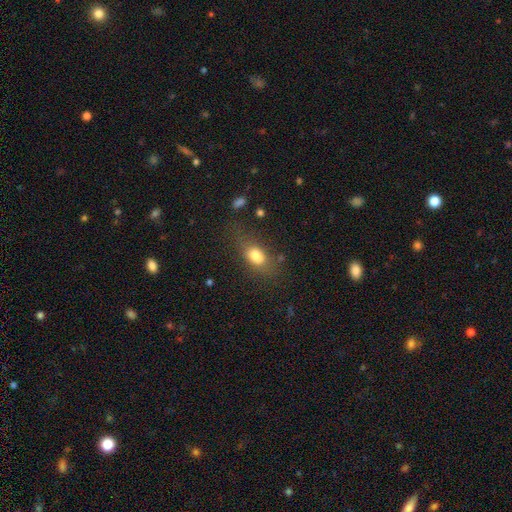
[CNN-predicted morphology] type=smooth (78%); roundness=in between (81%); merging=none (61%).